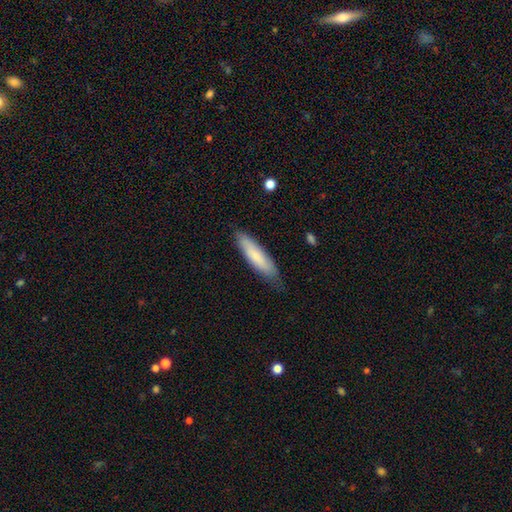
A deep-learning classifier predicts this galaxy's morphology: Smooth or featured? Predicted: smooth (p=0.78). How rounded? Predicted: cigar-shaped (p=0.71). Merging? Predicted: none (p=0.78).